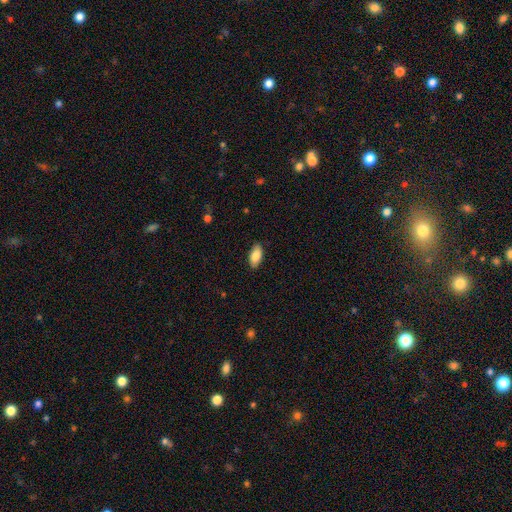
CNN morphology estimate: A smooth galaxy with no disk features (86%) that is in between round and cigar-shaped (90%). Merging: none (87%).